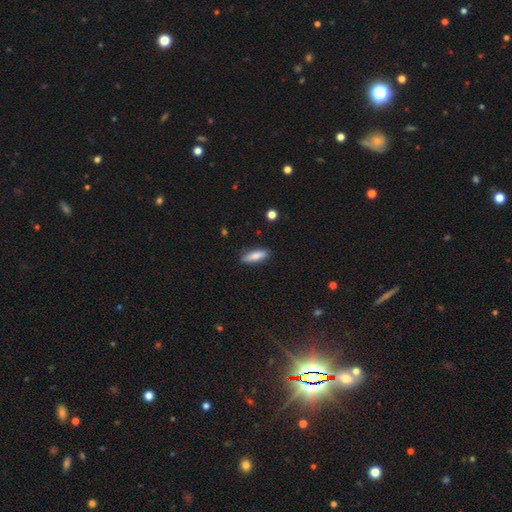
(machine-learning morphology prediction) Overall: smooth (83%). How rounded: cigar-shaped (57%; in between 41%). Merging: none (86%).